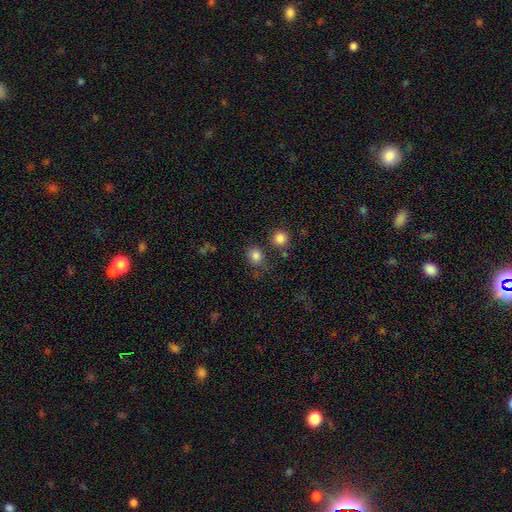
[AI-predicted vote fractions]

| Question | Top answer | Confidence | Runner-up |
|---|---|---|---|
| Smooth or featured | smooth | 82% | star or artifact (13%) |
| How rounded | round | 76% | in between (23%) |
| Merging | none | 71% | minor disturbance (14%) |